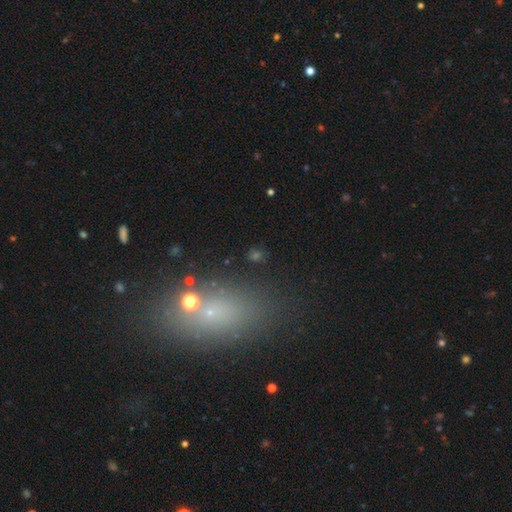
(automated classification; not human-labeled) The model was most divided on "how rounded": in between: 53%, round: 42%, cigar-shaped: 5%. More confident: merging — none (76%); smooth or featured — smooth (51%).